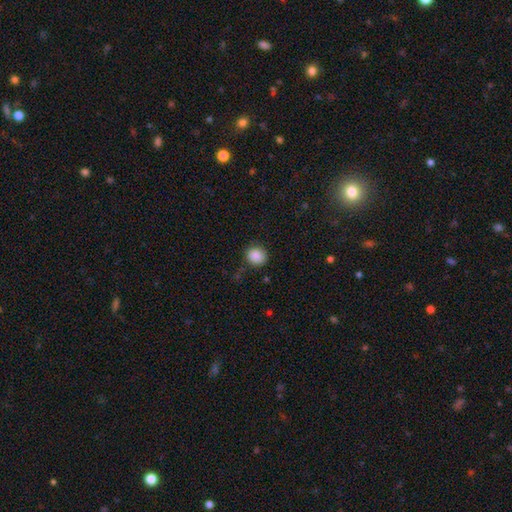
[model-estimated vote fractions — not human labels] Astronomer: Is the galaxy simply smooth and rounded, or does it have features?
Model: smooth — 87%.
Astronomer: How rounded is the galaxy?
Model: round — 80%.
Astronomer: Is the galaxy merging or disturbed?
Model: none — 81%.